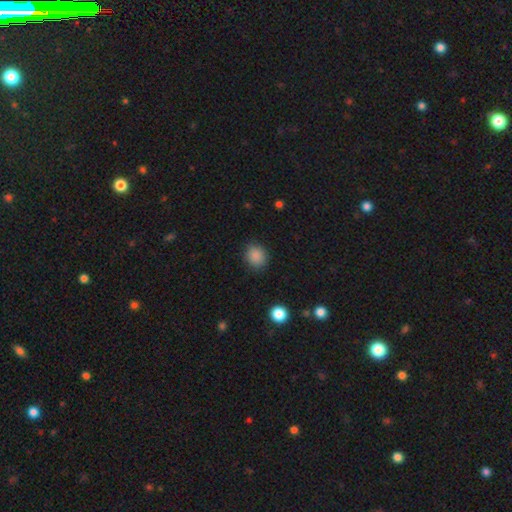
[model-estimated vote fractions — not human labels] A smooth galaxy with no disk features (87%) that is round (77%). Merging: none (86%).